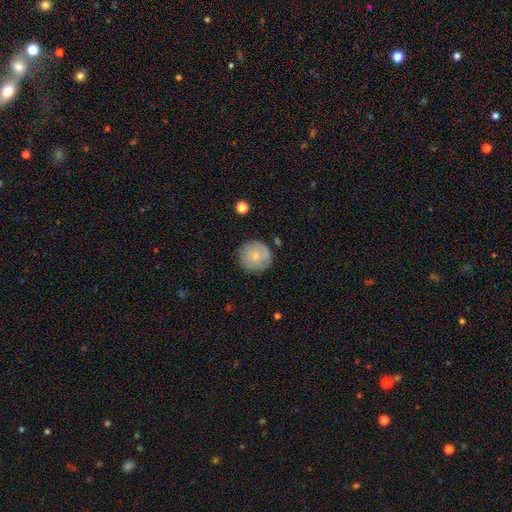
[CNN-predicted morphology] type=smooth (58%); roundness=round (94%); merging=none (81%).